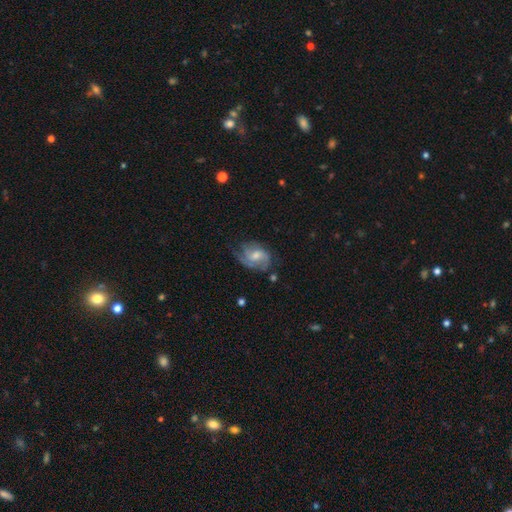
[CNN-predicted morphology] Q: Smooth or featured?
A: featured or disk (65%); runner-up: smooth (28%)
Q: Edge-on disk?
A: no (97%); runner-up: yes (3%)
Q: Bar?
A: no (56%); runner-up: weak (38%)
Q: Spiral arms?
A: yes (86%); runner-up: no (14%)
Q: Spiral winding?
A: medium (44%); runner-up: tight (33%)
Q: Spiral arm count?
A: 2 (39%); runner-up: can't tell (26%)
Q: Bulge size?
A: moderate (56%); runner-up: small (31%)
Q: Merging?
A: none (48%); runner-up: minor disturbance (29%)